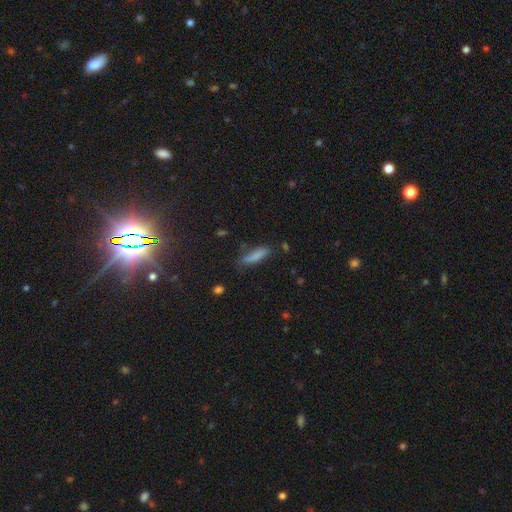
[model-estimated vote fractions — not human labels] smooth_or_featured: smooth (p=0.80) [alt: featured or disk p=0.11]
how_rounded: cigar-shaped (p=0.63) [alt: in between p=0.35]
merging: none (p=0.64) [alt: minor disturbance p=0.25]